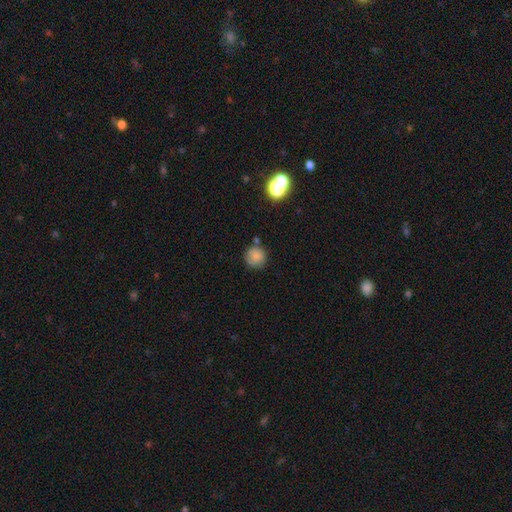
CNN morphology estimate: A smooth galaxy with no disk features (80%) that is round (93%). Merging: none (76%).